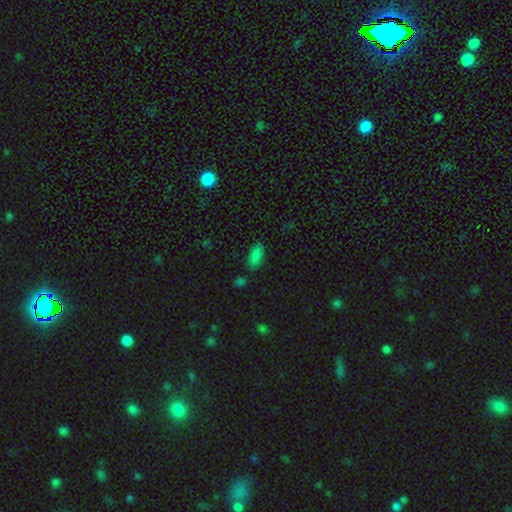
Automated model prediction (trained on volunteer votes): This appears to be a smooth galaxy with no disk features (83%) that is in between round and cigar-shaped (89%). Merging: none (78%).